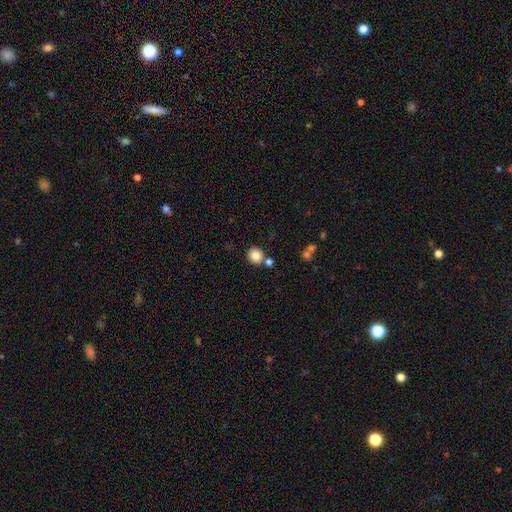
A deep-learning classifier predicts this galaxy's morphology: A smooth galaxy with no disk features (85%) that is round (88%). Merging: none (77%).